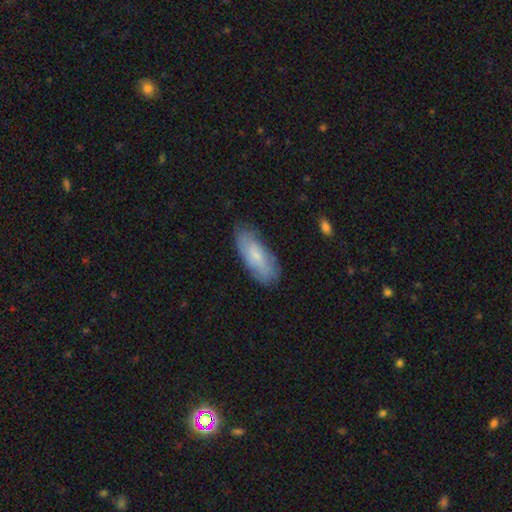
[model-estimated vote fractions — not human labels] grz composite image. It shows a smooth galaxy with no disk features (59%) that is in between round and cigar-shaped (76%). Merging: none (77%).